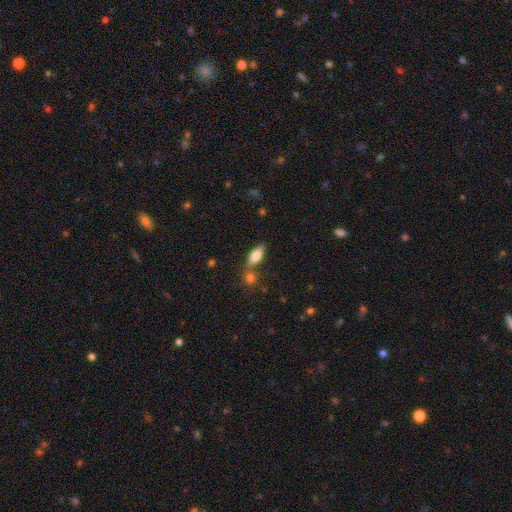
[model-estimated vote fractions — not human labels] This appears to be a smooth galaxy with no disk features (76%) that is in between round and cigar-shaped (79%). Merging: none (65%).